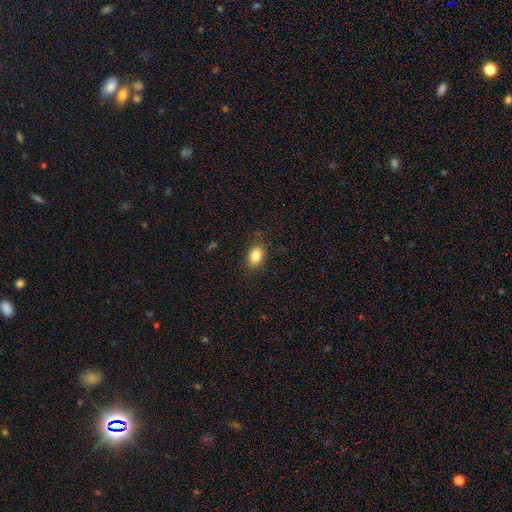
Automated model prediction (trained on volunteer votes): The model was most divided on "how rounded": in between: 78%, round: 20%, cigar-shaped: 1%. More confident: smooth or featured — smooth (84%); merging — none (83%).